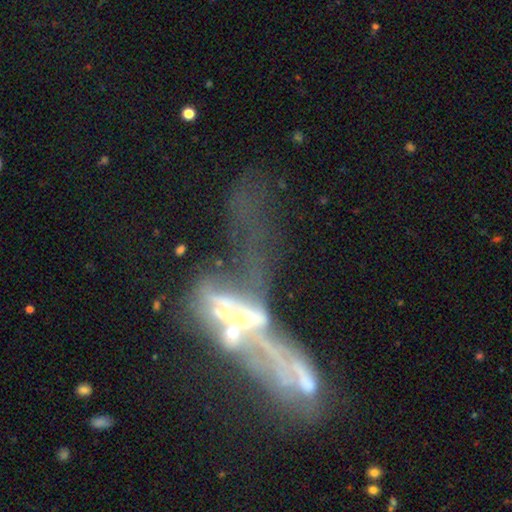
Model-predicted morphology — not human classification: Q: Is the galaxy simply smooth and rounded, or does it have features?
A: featured or disk — 64%.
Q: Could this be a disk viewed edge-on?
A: no — 75%.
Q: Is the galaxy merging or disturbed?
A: merger — 47%.